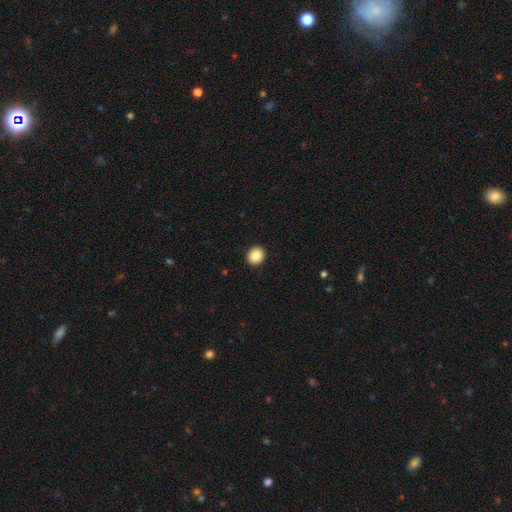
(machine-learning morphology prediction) Overall: smooth (88%). How rounded: round (77%). Merging: none (92%).